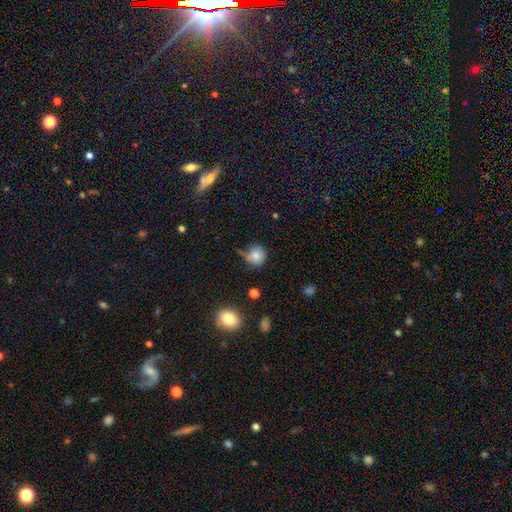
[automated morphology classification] Smooth or featured: smooth — 80% (star or artifact — 11%)
How rounded: round — 88% (in between — 11%)
Merging: none — 58% (minor disturbance — 26%)